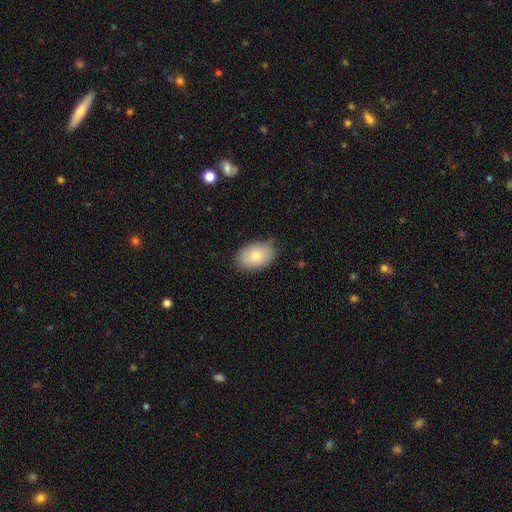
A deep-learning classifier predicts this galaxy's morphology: Q: Smooth or featured?
A: smooth (81%); runner-up: featured or disk (12%)
Q: How rounded?
A: in between (87%); runner-up: round (12%)
Q: Merging?
A: none (78%); runner-up: minor disturbance (18%)